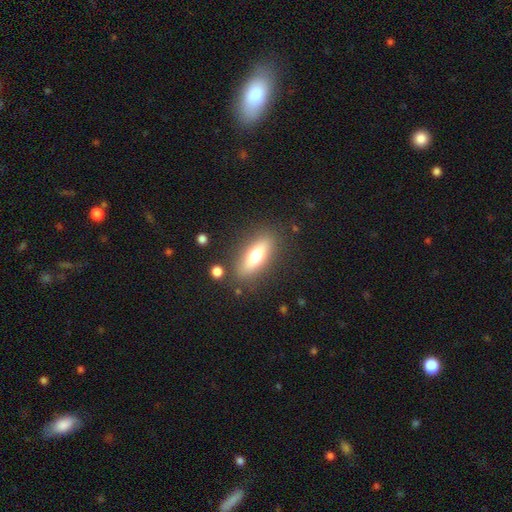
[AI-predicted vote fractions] smooth-or-featured: smooth: 61% | featured or disk: 32% | star or artifact: 7%
  how-rounded: in between: 56% | cigar-shaped: 40% | round: 3%
  merging: none: 83% | minor disturbance: 10% | major disturbance: 4% | merger: 3%